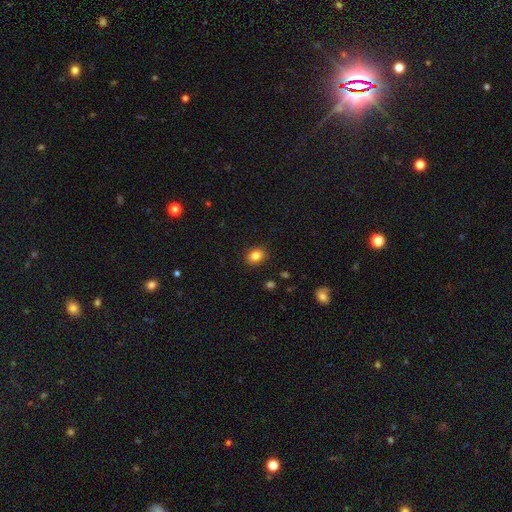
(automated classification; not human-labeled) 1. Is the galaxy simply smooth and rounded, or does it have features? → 84% smooth, 10% star or artifact, 6% featured or disk.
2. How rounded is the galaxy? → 51% in between, 48% round, 1% cigar-shaped.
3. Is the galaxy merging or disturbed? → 89% none, 8% minor disturbance, 2% major disturbance, 1% merger.